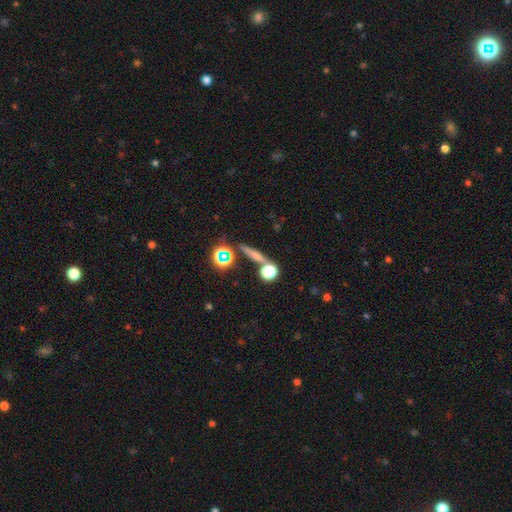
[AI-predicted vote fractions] Smooth or featured?
  - smooth: 53% *
  - featured or disk: 25%
  - star or artifact: 22%
How rounded?
  - cigar-shaped: 65% *
  - round: 22%
  - in between: 13%
Merging?
  - none: 73% *
  - merger: 14%
  - minor disturbance: 9%
  - major disturbance: 4%